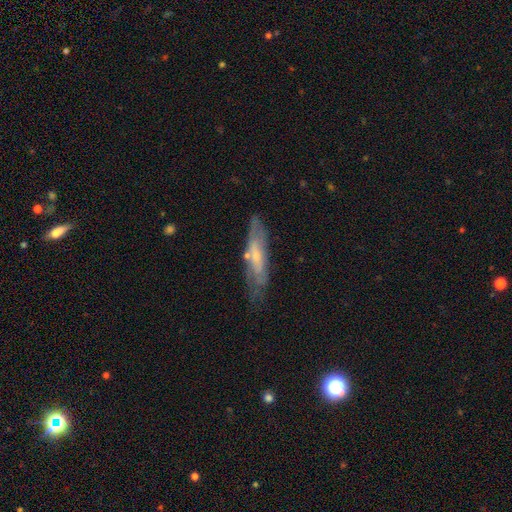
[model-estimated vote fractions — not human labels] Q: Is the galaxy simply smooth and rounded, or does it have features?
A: featured or disk — 55%.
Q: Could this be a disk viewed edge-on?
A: no — 55%.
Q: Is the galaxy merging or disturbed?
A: none — 60%.